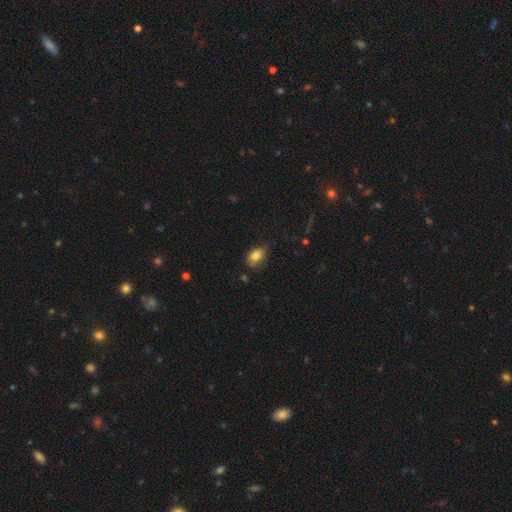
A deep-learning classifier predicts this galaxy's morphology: type=smooth (82%); roundness=in between (86%); merging=none (66%).